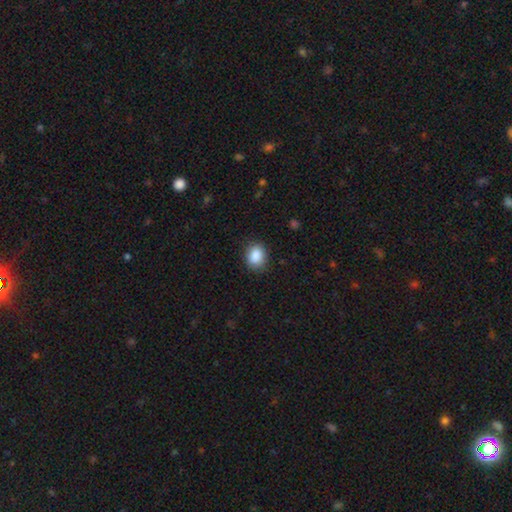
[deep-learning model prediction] smooth-or-featured: smooth: 88% | star or artifact: 8% | featured or disk: 4%
  how-rounded: in between: 51% | round: 48% | cigar-shaped: 1%
  merging: none: 85% | minor disturbance: 11% | major disturbance: 3% | merger: 1%